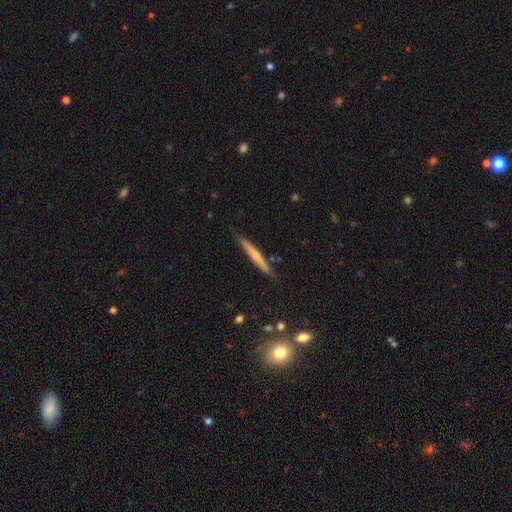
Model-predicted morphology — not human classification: This appears to be a smooth galaxy with no disk features (49%). Merging: none (84%).